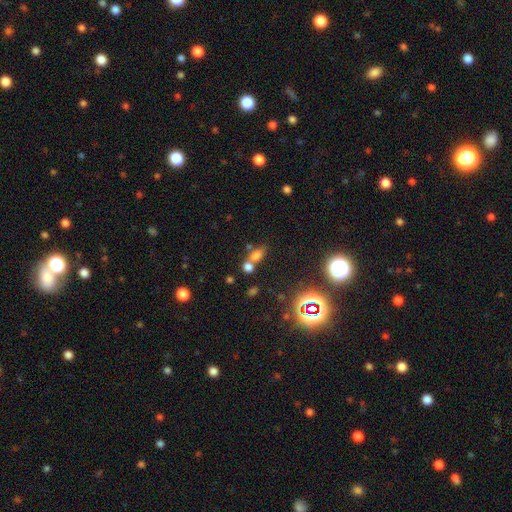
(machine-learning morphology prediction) The model was most divided on "merging": merger: 43%, none: 41%, minor disturbance: 10%, major disturbance: 6%. More confident: how rounded — in between (68%); smooth or featured — smooth (64%).